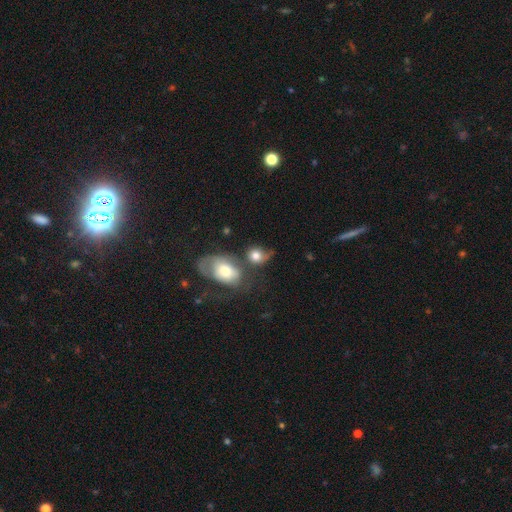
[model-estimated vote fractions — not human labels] This is likely a smooth galaxy (74%). How rounded: possibly round (57%). Merging: marginally none (31%).